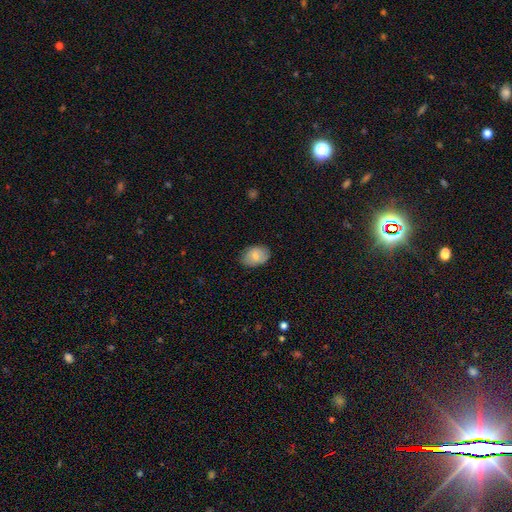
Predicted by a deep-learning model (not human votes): The model was most divided on "smooth or featured": smooth: 76%, featured or disk: 18%, star or artifact: 7%. More confident: merging — none (79%); how rounded — in between (79%).